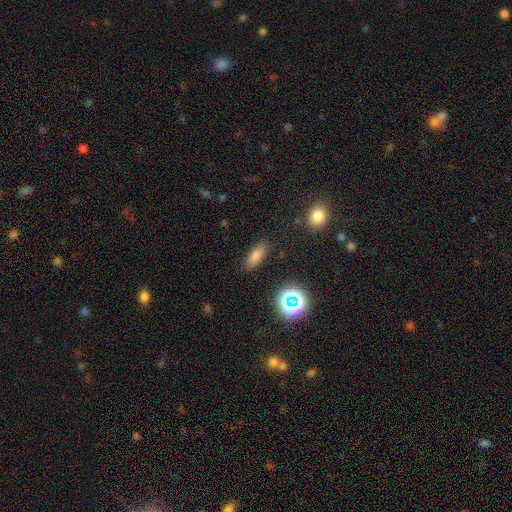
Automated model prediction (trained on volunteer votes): This is likely a smooth galaxy (77%). How rounded: likely in between (69%). Merging: clearly none (87%).